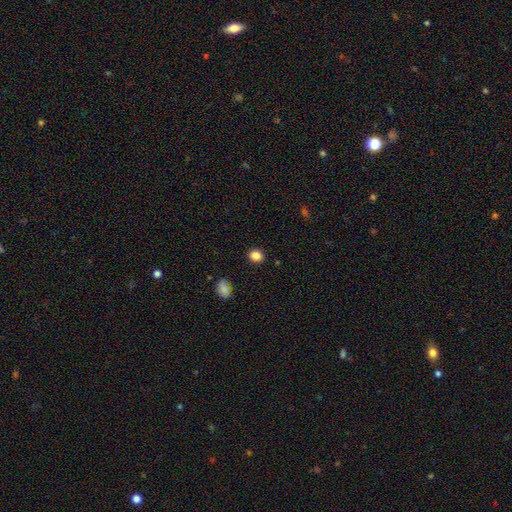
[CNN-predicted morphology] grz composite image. It shows a smooth galaxy with no disk features (85%) that is round (59%). Merging: none (89%).